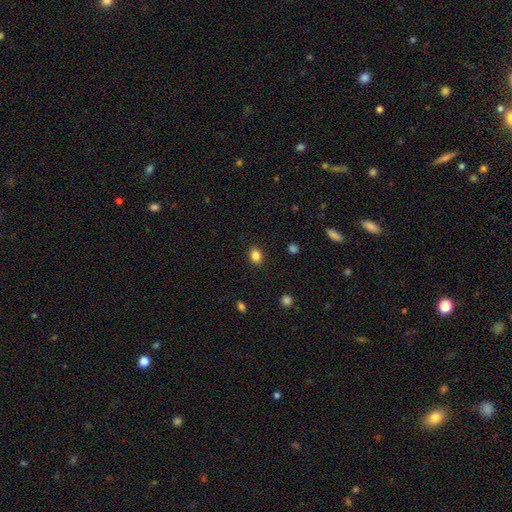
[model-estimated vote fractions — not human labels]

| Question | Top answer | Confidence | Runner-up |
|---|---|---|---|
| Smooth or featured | smooth | 85% | star or artifact (10%) |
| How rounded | in between | 59% | round (40%) |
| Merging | none | 87% | minor disturbance (9%) |